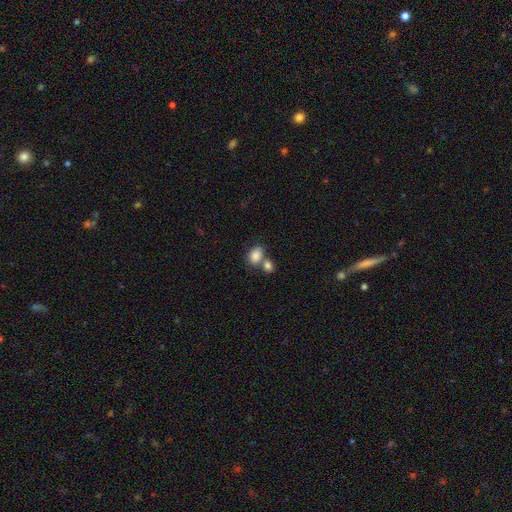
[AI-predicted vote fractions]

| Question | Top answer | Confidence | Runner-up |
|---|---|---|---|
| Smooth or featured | smooth | 84% | star or artifact (9%) |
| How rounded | in between | 72% | round (27%) |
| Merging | none | 43% | merger (42%) |